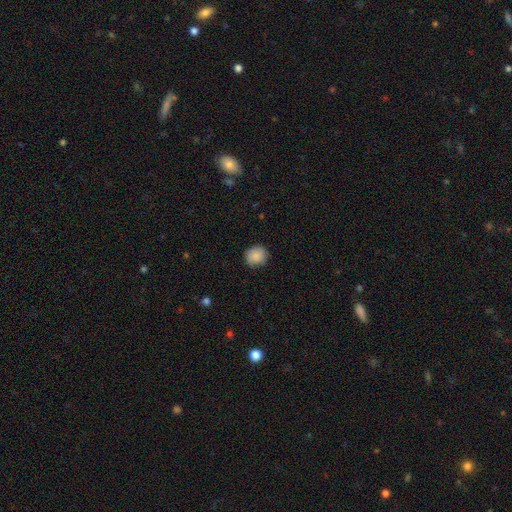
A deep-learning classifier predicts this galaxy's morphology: A smooth galaxy with no disk features (88%) that is round (85%).

Vote fractions:
- Smooth or featured? smooth: 88% / star or artifact: 8% / featured or disk: 4%
- How rounded? round: 85% / in between: 14% / cigar-shaped: 1%
- Merging? none: 85% / minor disturbance: 12% / major disturbance: 2% / merger: 1%